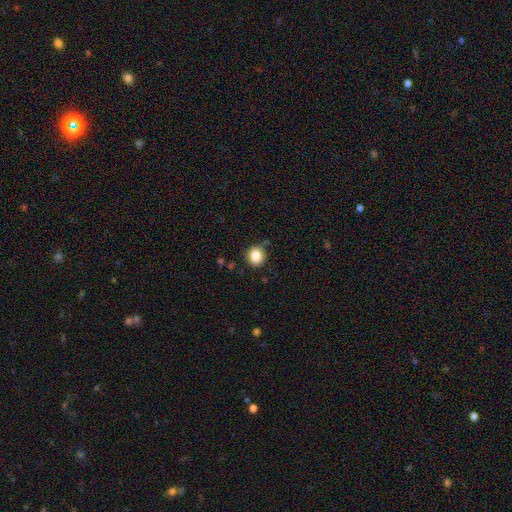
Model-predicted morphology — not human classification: smooth_or_featured: smooth (p=0.84) [alt: star or artifact p=0.10]
how_rounded: round (p=0.83) [alt: in between p=0.17]
merging: none (p=0.84) [alt: minor disturbance p=0.11]